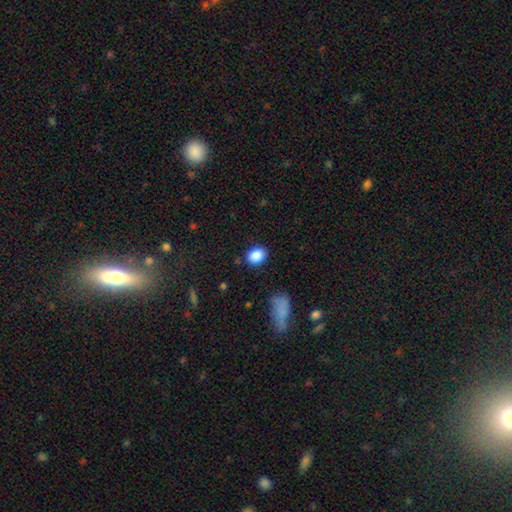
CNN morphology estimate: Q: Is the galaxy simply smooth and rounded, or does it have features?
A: smooth — 89%.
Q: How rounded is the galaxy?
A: in between — 67%.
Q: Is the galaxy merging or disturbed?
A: none — 83%.